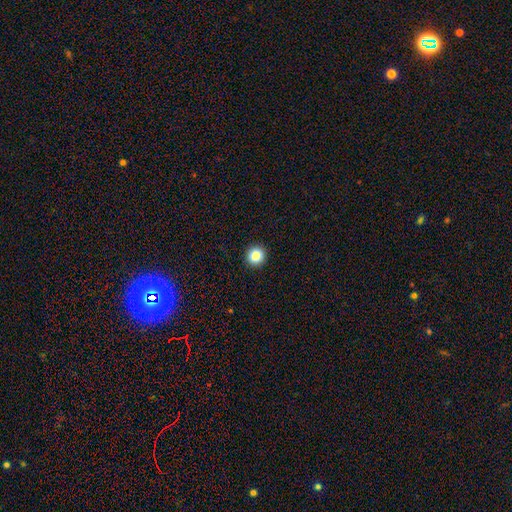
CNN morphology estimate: The model was most divided on "smooth or featured": smooth: 88%, star or artifact: 10%, featured or disk: 2%. More confident: how rounded — round (94%); merging — none (93%).